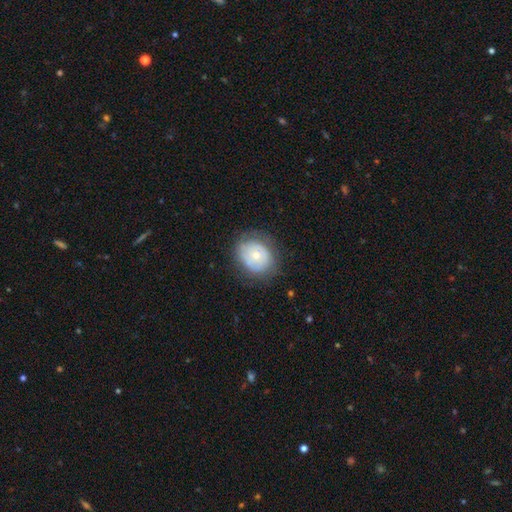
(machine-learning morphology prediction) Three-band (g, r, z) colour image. It shows a smooth galaxy with no disk features (56%) that is round (62%). Merging: none (67%).